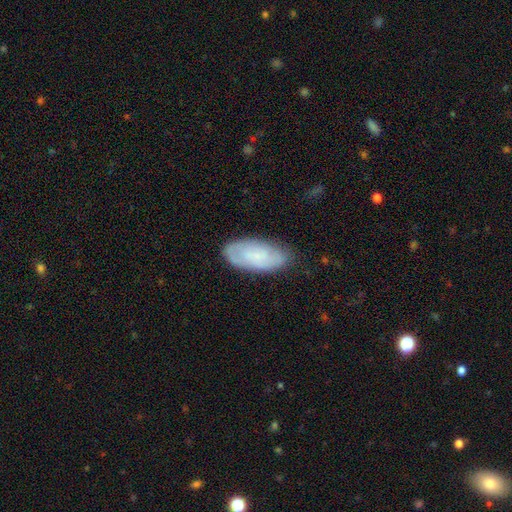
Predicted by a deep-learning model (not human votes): Smooth or featured?
  - smooth: 55% *
  - featured or disk: 37%
  - star or artifact: 8%
How rounded?
  - in between: 90% *
  - cigar-shaped: 8%
  - round: 2%
Merging?
  - none: 77% *
  - minor disturbance: 17%
  - major disturbance: 4%
  - merger: 1%